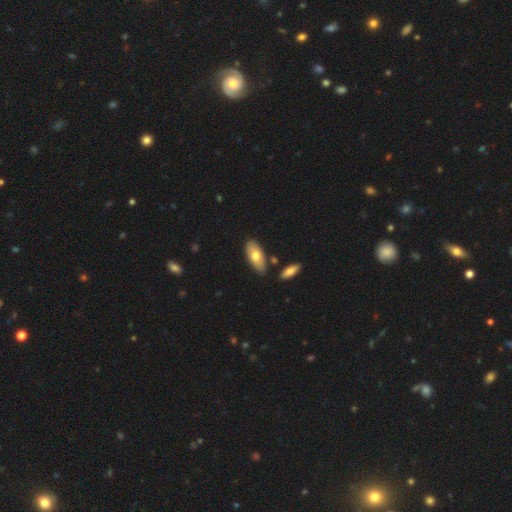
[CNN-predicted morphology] smooth 70%, featured or disk 24%, star or artifact 6%. Down the decision tree: how rounded — in between (85%); merging — none (77%).